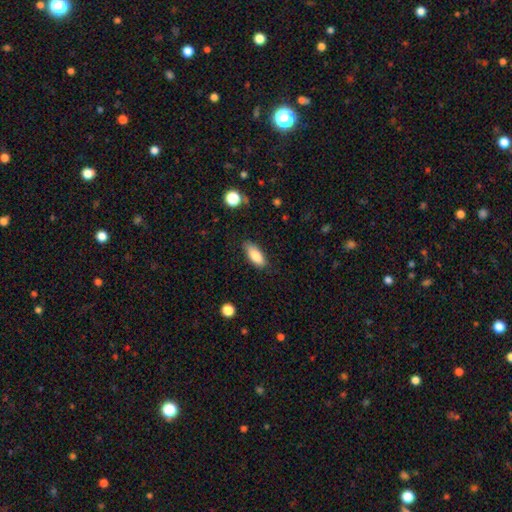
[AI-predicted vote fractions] A smooth galaxy with no disk features (83%) that is in between round and cigar-shaped (81%).

Vote fractions:
- Smooth or featured? smooth: 83% / featured or disk: 10% / star or artifact: 7%
- How rounded? in between: 81% / cigar-shaped: 16% / round: 2%
- Merging? none: 80% / minor disturbance: 16% / major disturbance: 3% / merger: 1%